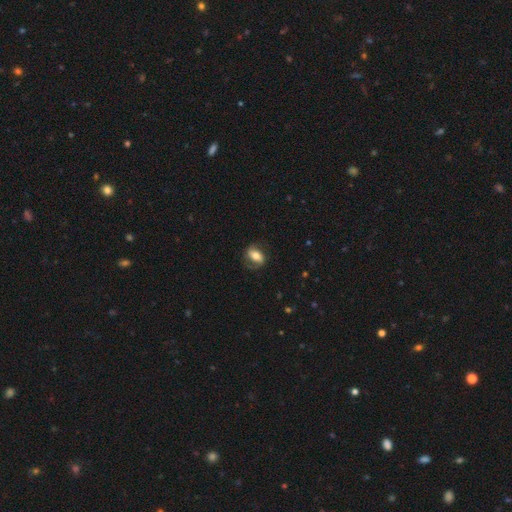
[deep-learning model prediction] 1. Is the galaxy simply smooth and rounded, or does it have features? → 51% smooth, 42% featured or disk, 7% star or artifact.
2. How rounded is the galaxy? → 81% in between, 15% round, 4% cigar-shaped.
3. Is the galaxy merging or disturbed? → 68% none, 20% minor disturbance, 11% major disturbance, 1% merger.